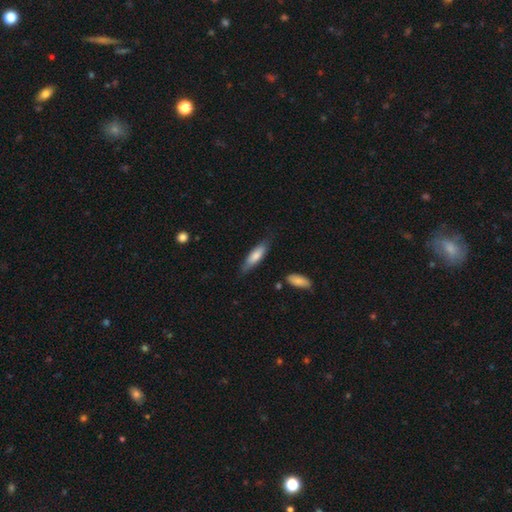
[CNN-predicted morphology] Smooth or featured? smooth (76%)
How rounded? cigar-shaped (59%)
Merging? none (76%)